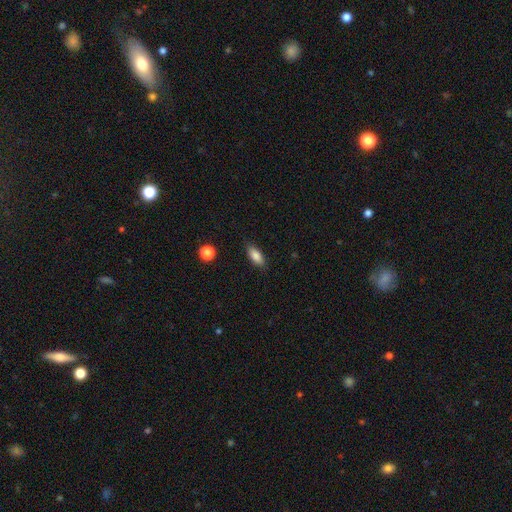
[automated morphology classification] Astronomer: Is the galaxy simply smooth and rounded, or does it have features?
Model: smooth — 84%.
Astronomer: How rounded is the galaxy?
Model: in between — 80%.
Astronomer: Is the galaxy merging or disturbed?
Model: none — 85%.